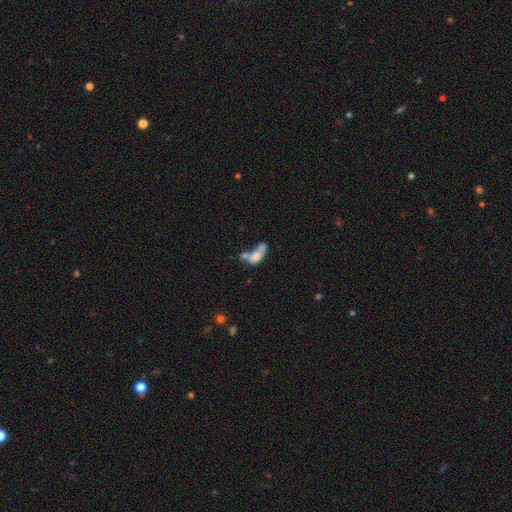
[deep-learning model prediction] A smooth galaxy with no disk features (64%) that is in between round and cigar-shaped (80%). Merging: merger (55%).